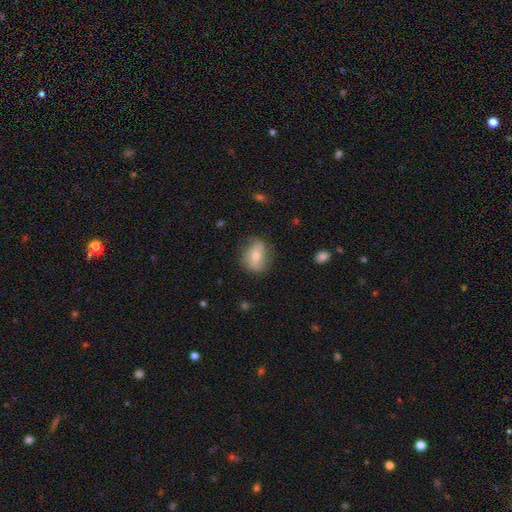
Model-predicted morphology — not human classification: Q: Smooth or featured?
A: featured or disk (48%); runner-up: smooth (43%)
Q: Merging?
A: none (71%); runner-up: minor disturbance (21%)